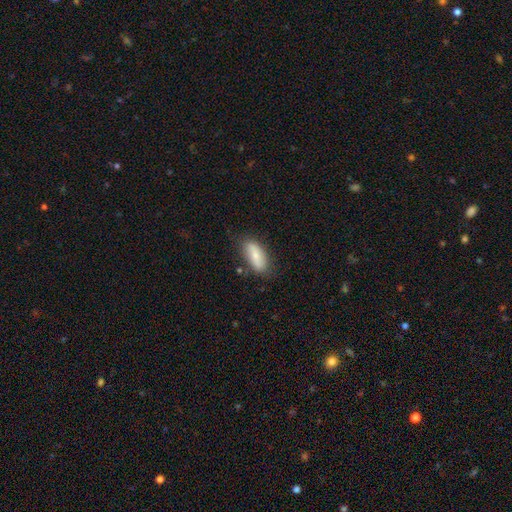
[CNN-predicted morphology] Smooth or featured?
  - smooth: 70% *
  - featured or disk: 24%
  - star or artifact: 7%
How rounded?
  - in between: 80% *
  - cigar-shaped: 17%
  - round: 3%
Merging?
  - none: 74% *
  - minor disturbance: 19%
  - major disturbance: 4%
  - merger: 3%